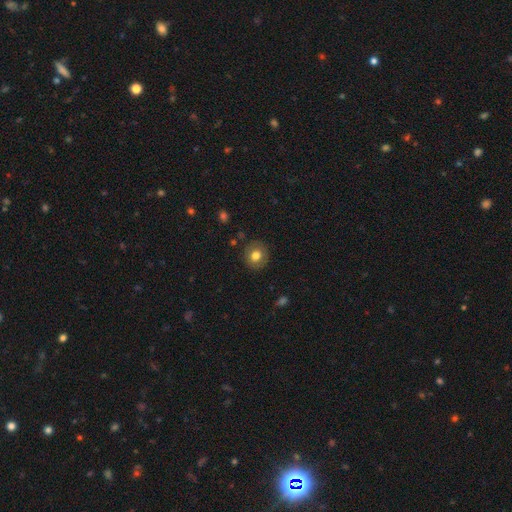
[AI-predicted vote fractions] smooth_or_featured: smooth (p=0.75) [alt: featured or disk p=0.16]
how_rounded: round (p=0.86) [alt: in between p=0.13]
merging: none (p=0.88) [alt: minor disturbance p=0.08]